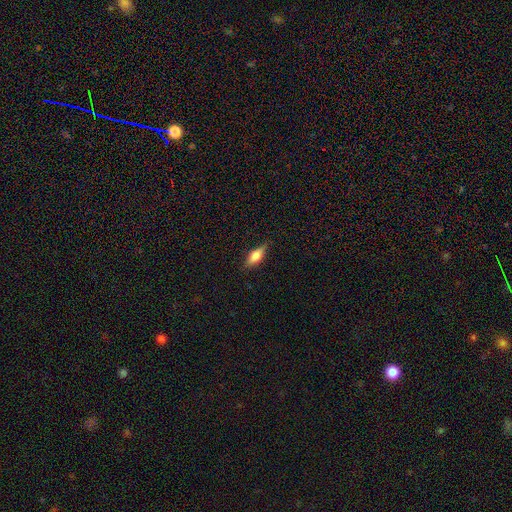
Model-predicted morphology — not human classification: Overall: smooth (66%; featured or disk 26%). How rounded: in between (66%; cigar-shaped 30%). Merging: none (82%).